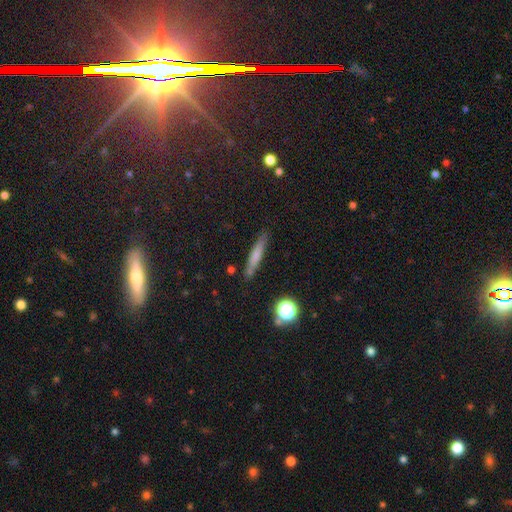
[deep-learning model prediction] Smooth or featured? Predicted: smooth (p=0.62). How rounded? Predicted: cigar-shaped (p=0.90). Merging? Predicted: none (p=0.84).